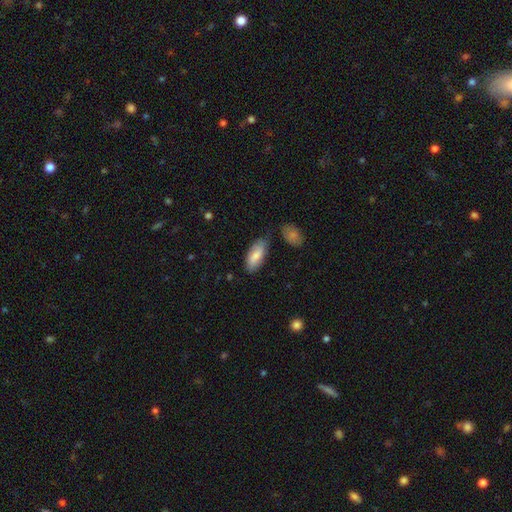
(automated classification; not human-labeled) Morphology: type=smooth (79%); roundness=in between (83%); merging=none (71%).